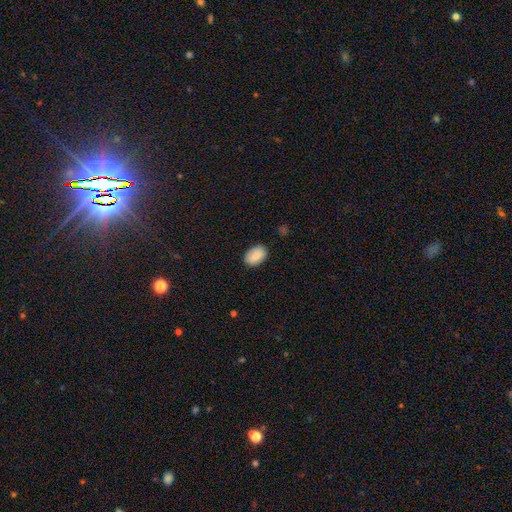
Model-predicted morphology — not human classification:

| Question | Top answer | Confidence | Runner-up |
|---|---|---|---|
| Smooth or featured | smooth | 88% | star or artifact (7%) |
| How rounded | in between | 86% | round (13%) |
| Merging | none | 85% | minor disturbance (12%) |